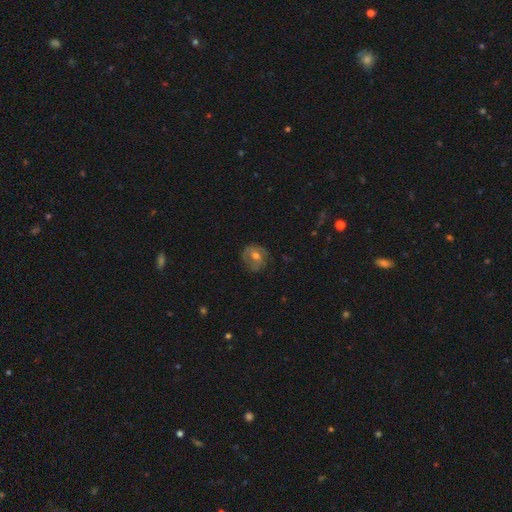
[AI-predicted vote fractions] smooth_or_featured: smooth (p=0.46) [alt: featured or disk p=0.44]
merging: none (p=0.69) [alt: minor disturbance p=0.21]